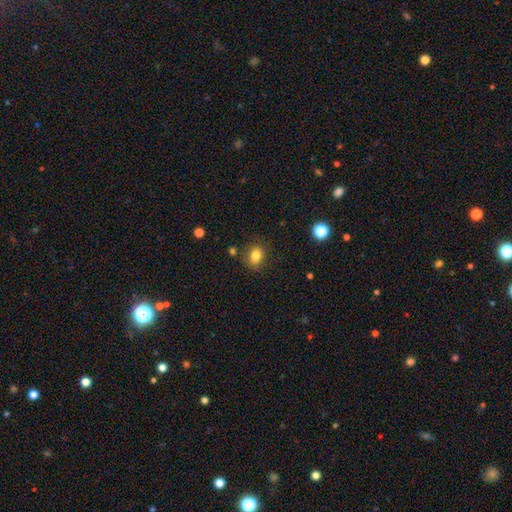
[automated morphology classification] This is clearly a smooth galaxy (81%). How rounded: possibly in between (56%). Merging: likely none (80%).